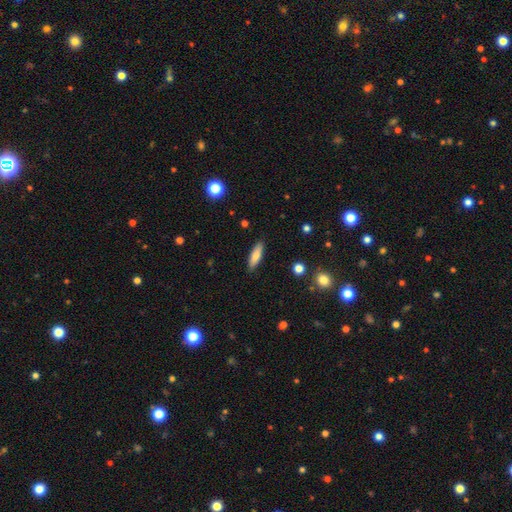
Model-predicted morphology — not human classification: type=smooth (74%); roundness=cigar-shaped (62%); merging=none (89%).